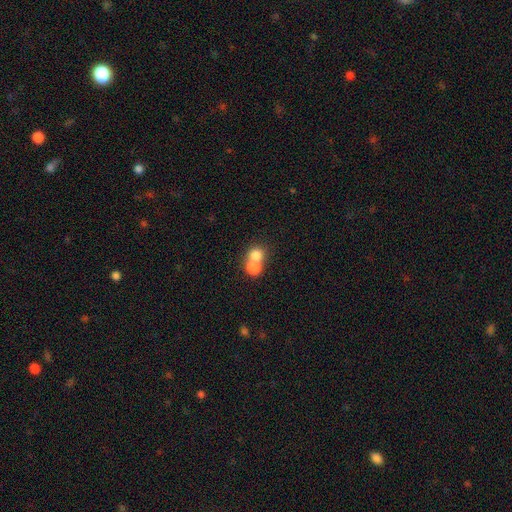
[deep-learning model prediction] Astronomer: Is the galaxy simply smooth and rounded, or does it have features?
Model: smooth — 77%.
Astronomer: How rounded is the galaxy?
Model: round — 81%.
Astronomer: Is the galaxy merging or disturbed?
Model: merger — 60%.